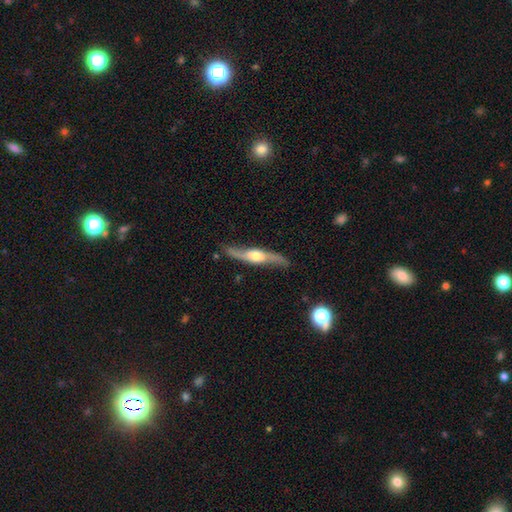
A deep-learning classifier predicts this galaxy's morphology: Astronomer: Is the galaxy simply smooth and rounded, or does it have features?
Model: featured or disk — 74%.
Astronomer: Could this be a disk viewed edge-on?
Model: yes — 61% (runner-up: no, 39%).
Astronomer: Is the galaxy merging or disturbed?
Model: none — 78%.